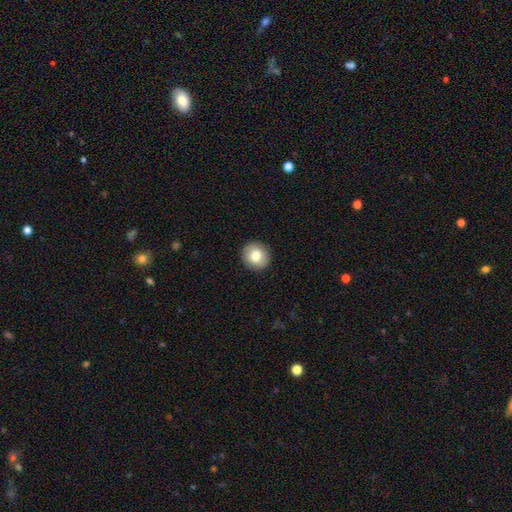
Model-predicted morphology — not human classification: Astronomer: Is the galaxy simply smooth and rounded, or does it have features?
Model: smooth — 80%.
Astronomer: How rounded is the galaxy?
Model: round — 87%.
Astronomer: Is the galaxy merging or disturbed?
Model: none — 91%.